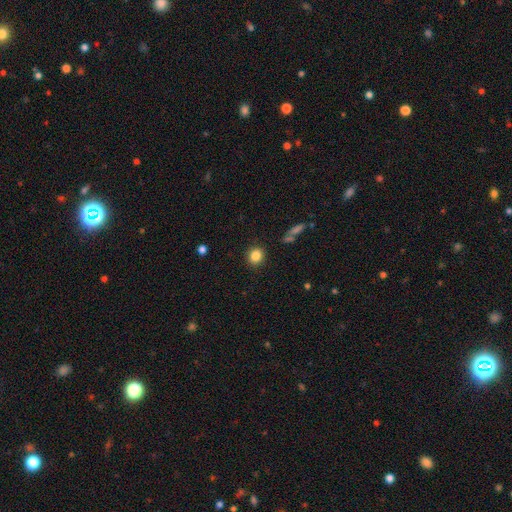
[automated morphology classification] smooth 85%, star or artifact 10%, featured or disk 5%. Down the decision tree: how rounded — round (84%); merging — none (90%).